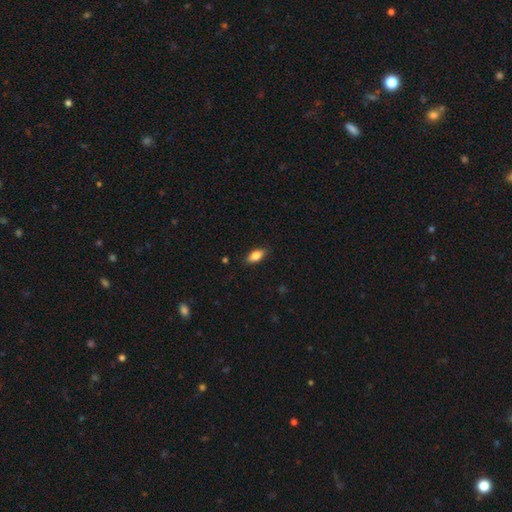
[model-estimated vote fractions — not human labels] The model was most divided on "smooth or featured": smooth: 83%, featured or disk: 10%, star or artifact: 7%. More confident: how rounded — in between (88%); merging — none (86%).